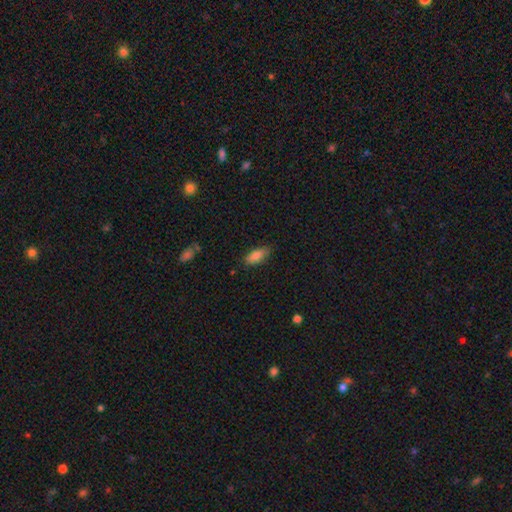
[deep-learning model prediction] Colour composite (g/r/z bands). It shows a smooth galaxy with no disk features (84%) that is in between round and cigar-shaped (84%). Merging: none (78%).